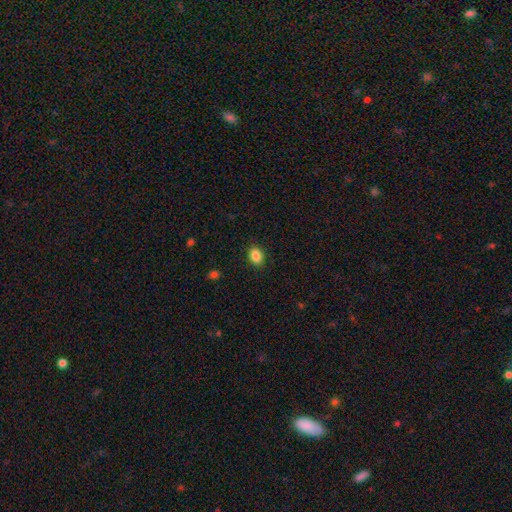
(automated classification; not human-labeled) Smooth or featured?
  - smooth: 87% *
  - star or artifact: 9%
  - featured or disk: 4%
How rounded?
  - in between: 73% *
  - round: 26%
  - cigar-shaped: 1%
Merging?
  - none: 89% *
  - minor disturbance: 8%
  - major disturbance: 2%
  - merger: 1%